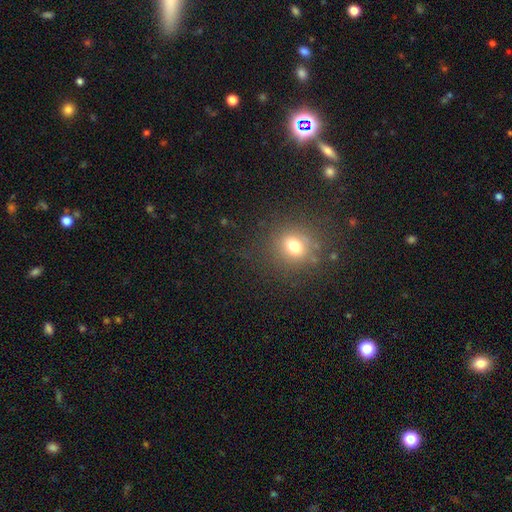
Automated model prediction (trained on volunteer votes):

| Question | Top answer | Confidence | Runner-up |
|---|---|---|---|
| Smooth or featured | smooth | 57% | star or artifact (34%) |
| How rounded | round | 87% | in between (11%) |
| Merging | none | 89% | minor disturbance (6%) |